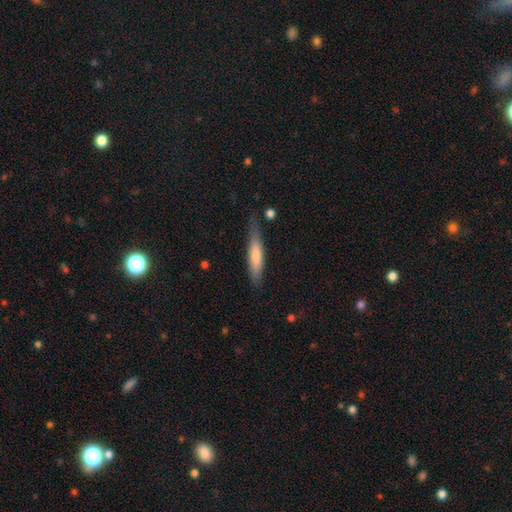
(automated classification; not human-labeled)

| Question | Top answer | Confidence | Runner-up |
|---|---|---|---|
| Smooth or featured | smooth | 53% | featured or disk (39%) |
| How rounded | cigar-shaped | 89% | in between (10%) |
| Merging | none | 77% | minor disturbance (18%) |